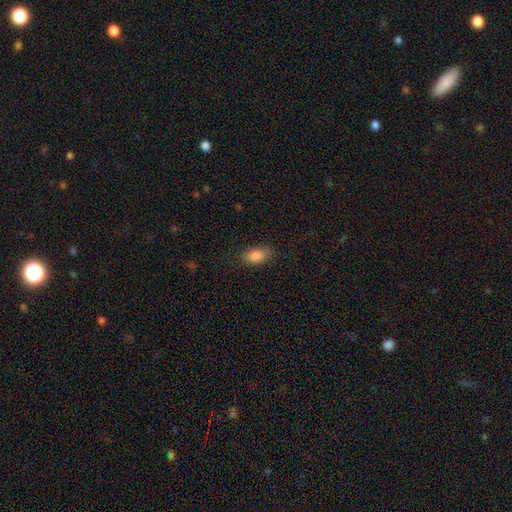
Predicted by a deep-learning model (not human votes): This appears to be a smooth galaxy with no disk features (87%) that is in between round and cigar-shaped (90%). Merging: none (83%).